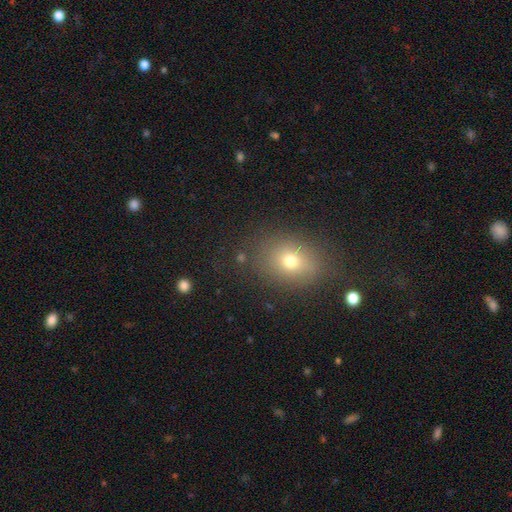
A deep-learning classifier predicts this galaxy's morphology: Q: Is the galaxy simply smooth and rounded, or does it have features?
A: smooth — 65%.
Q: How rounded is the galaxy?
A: in between — 58%.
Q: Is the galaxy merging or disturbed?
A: none — 85%.